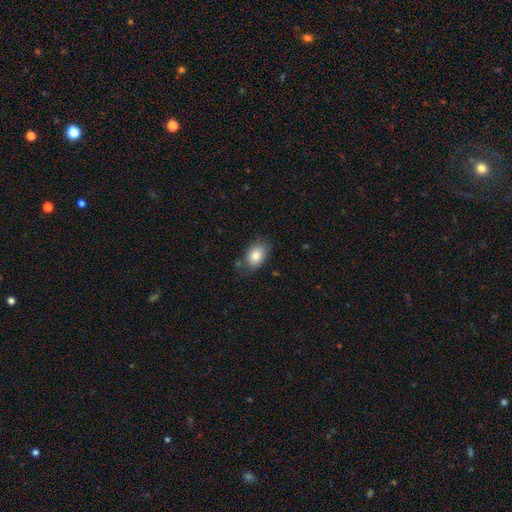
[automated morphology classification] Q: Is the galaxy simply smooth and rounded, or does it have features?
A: smooth — 83%.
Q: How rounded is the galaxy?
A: in between — 83%.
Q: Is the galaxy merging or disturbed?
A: none — 74%.